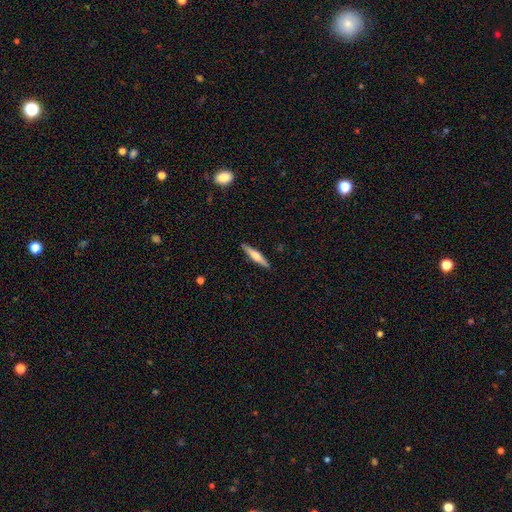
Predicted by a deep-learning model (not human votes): A featured or disk galaxy (48%).

Vote fractions:
- Smooth or featured? featured or disk: 48% / smooth: 47% / star or artifact: 5%
- Merging? none: 91% / minor disturbance: 7% / major disturbance: 1% / merger: 1%